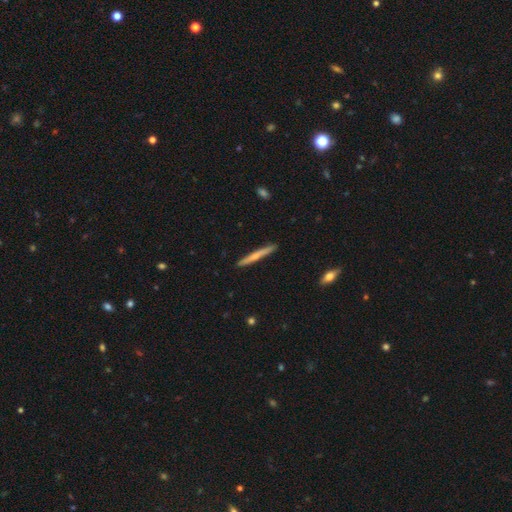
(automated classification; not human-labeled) A smooth galaxy with no disk features (55%) that is cigar-shaped (96%).

Vote fractions:
- Smooth or featured? smooth: 55% / featured or disk: 40% / star or artifact: 5%
- How rounded? cigar-shaped: 96% / in between: 2% / round: 1%
- Merging? none: 90% / minor disturbance: 7% / major disturbance: 1% / merger: 1%